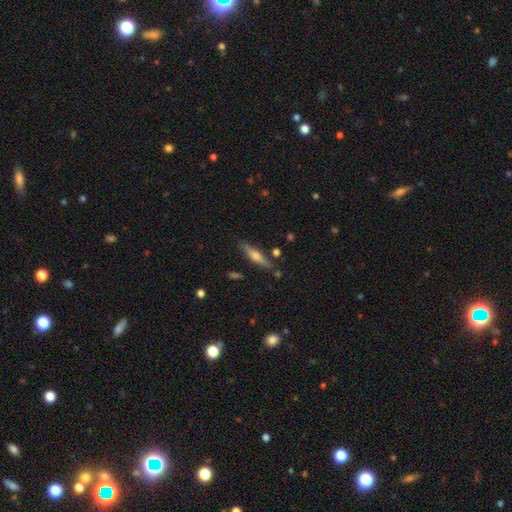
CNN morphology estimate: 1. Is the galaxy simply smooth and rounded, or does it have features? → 60% featured or disk, 33% smooth, 7% star or artifact.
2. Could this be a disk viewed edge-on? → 95% yes, 5% no.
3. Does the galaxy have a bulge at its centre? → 89% rounded, 6% boxy, 5% none.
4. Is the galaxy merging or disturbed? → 83% none, 11% minor disturbance, 4% merger, 3% major disturbance.